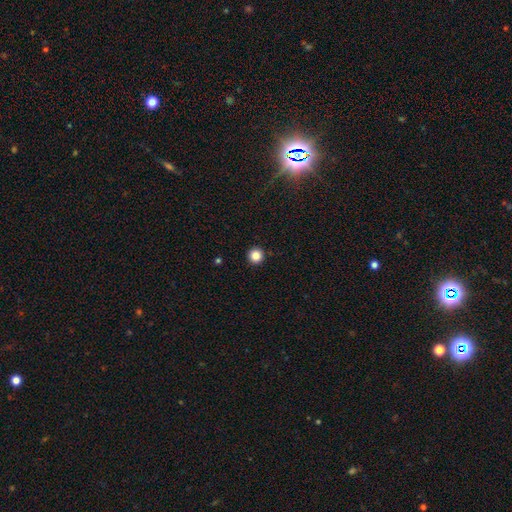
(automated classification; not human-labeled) This is clearly a smooth galaxy (87%). How rounded: clearly round (96%). Merging: clearly none (93%).